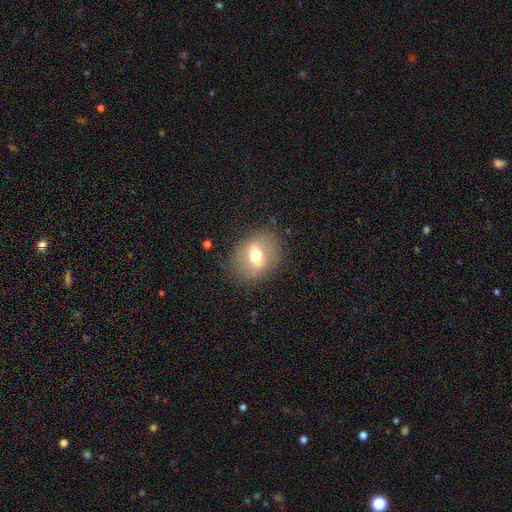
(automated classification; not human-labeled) Smooth or featured: smooth — 45% (tied with featured or disk — 45%)
Merging: none — 82% (minor disturbance — 12%)